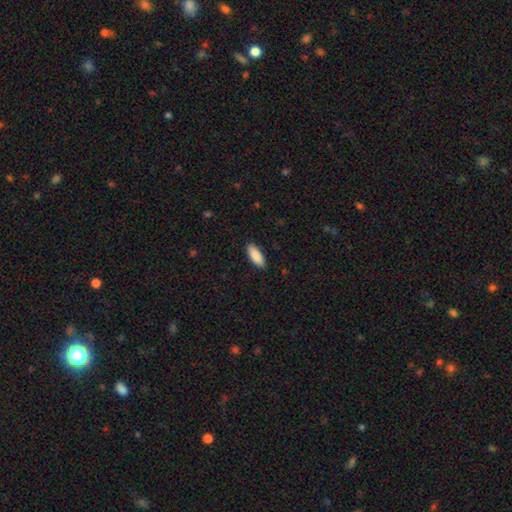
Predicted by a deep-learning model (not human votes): The model was most divided on "how rounded": in between: 77%, cigar-shaped: 22%, round: 2%. More confident: smooth or featured — smooth (90%); merging — none (89%).